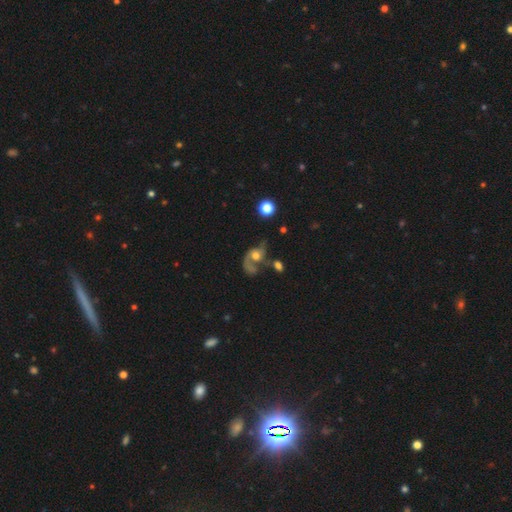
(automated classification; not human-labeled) Smooth or featured?
  - featured or disk: 69% *
  - smooth: 22%
  - star or artifact: 9%
Edge-on disk?
  - no: 97% *
  - yes: 3%
Bar?
  - no: 73% *
  - weak: 22%
  - strong: 5%
Spiral arms?
  - yes: 86% *
  - no: 14%
Spiral winding?
  - loose: 63% *
  - medium: 30%
  - tight: 7%
Spiral arm count?
  - 2: 65% *
  - 1: 28%
  - can't tell: 4%
  - 3: 1%
  - 4: 1%
  - more than 4: 1%
Bulge size?
  - moderate: 59% *
  - large: 21%
  - small: 14%
  - none: 4%
  - dominant: 3%
Merging?
  - none: 31% * (tied)
  - major disturbance: 31% * (tied)
  - merger: 21%
  - minor disturbance: 16%